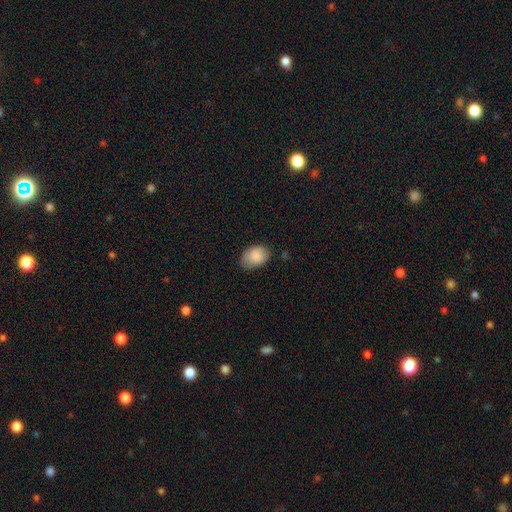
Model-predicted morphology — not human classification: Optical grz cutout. It shows a smooth galaxy with no disk features (87%) that is in between round and cigar-shaped (81%). Merging: none (69%).